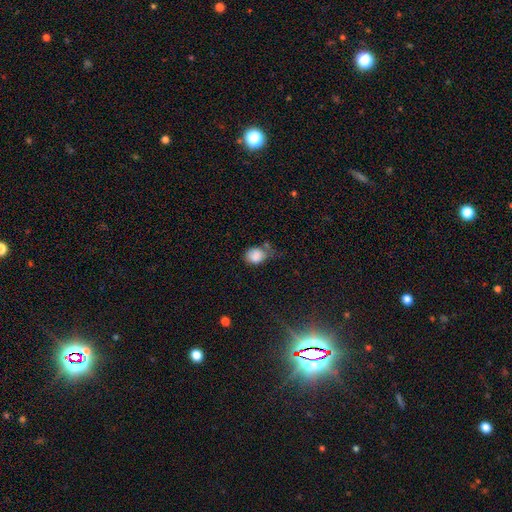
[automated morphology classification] smooth_or_featured: smooth (p=0.84) [alt: star or artifact p=0.09]
how_rounded: in between (p=0.55) [alt: round p=0.44]
merging: none (p=0.39) [alt: minor disturbance p=0.36]